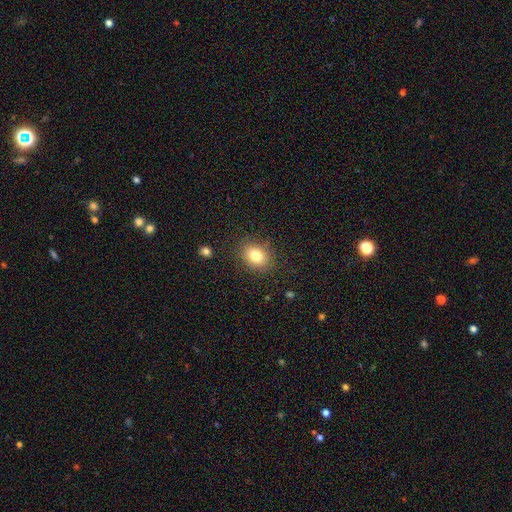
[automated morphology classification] smooth_or_featured: smooth (p=0.80) [alt: star or artifact p=0.10]
how_rounded: in between (p=0.57) [alt: round p=0.42]
merging: none (p=0.85) [alt: minor disturbance p=0.11]